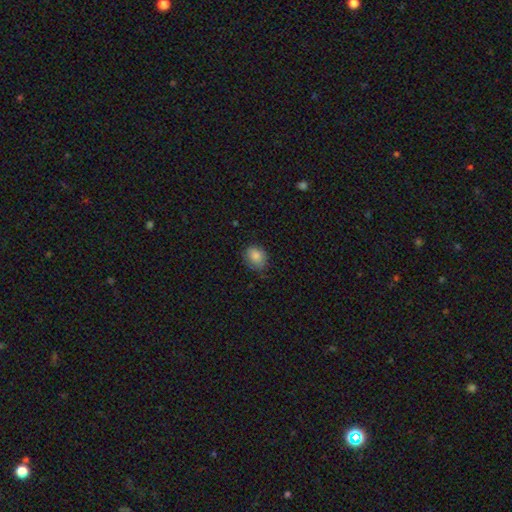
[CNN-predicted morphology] A smooth galaxy with no disk features (83%) that is round (50%).

Vote fractions:
- Smooth or featured? smooth: 83% / star or artifact: 9% / featured or disk: 8%
- How rounded? round: 50% / in between: 49% / cigar-shaped: 1%
- Merging? none: 71% / minor disturbance: 24% / major disturbance: 4% / merger: 1%